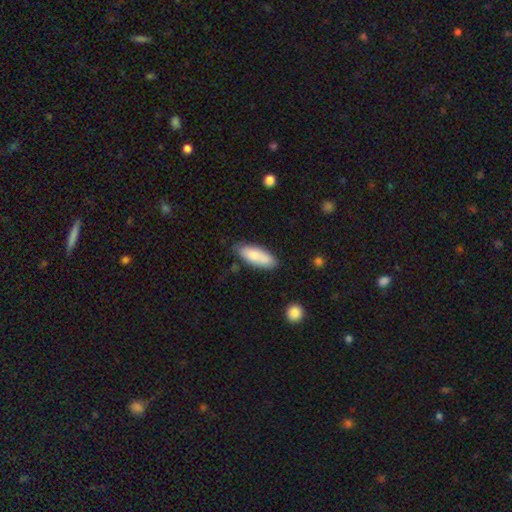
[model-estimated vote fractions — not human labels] smooth_or_featured: smooth (p=0.81) [alt: featured or disk p=0.13]
how_rounded: in between (p=0.73) [alt: cigar-shaped p=0.25]
merging: none (p=0.75) [alt: minor disturbance p=0.18]